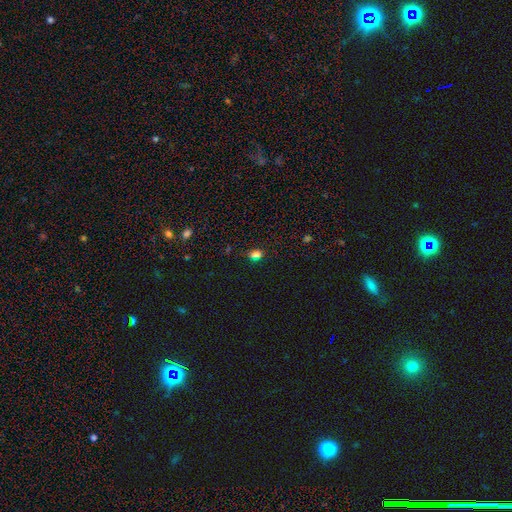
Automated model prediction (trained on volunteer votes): smooth_or_featured: smooth (p=0.73) [alt: star or artifact p=0.22]
how_rounded: in between (p=0.60) [alt: round p=0.38]
merging: none (p=0.82) [alt: minor disturbance p=0.12]